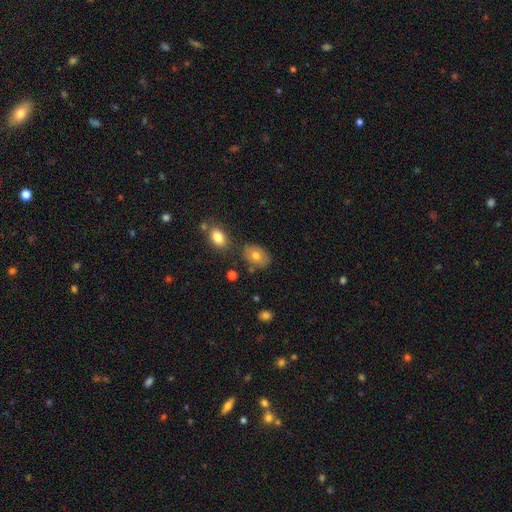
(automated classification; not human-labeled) smooth-or-featured: smooth: 74% | featured or disk: 17% | star or artifact: 9%
  how-rounded: in between: 81% | round: 18% | cigar-shaped: 1%
  merging: none: 75% | minor disturbance: 15% | merger: 6% | major disturbance: 4%